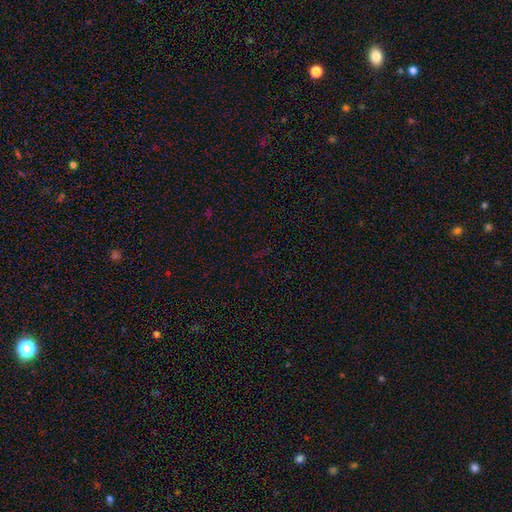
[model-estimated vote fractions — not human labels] This appears to be a star or artifact, not a galaxy (72%).